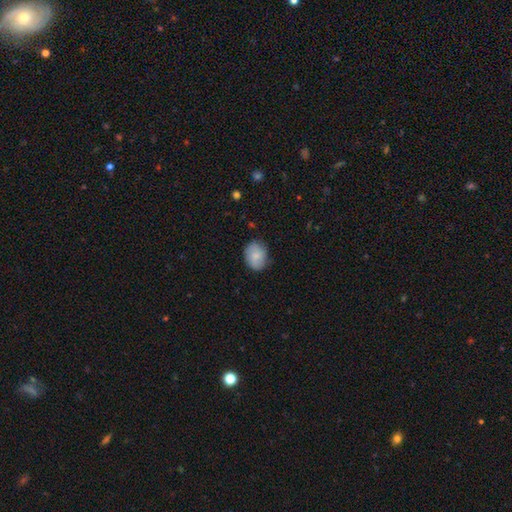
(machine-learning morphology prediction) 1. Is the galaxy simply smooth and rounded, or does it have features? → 79% smooth, 14% featured or disk, 7% star or artifact.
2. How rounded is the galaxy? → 61% in between, 38% round, 1% cigar-shaped.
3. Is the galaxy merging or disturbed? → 78% none, 18% minor disturbance, 3% major disturbance, 1% merger.